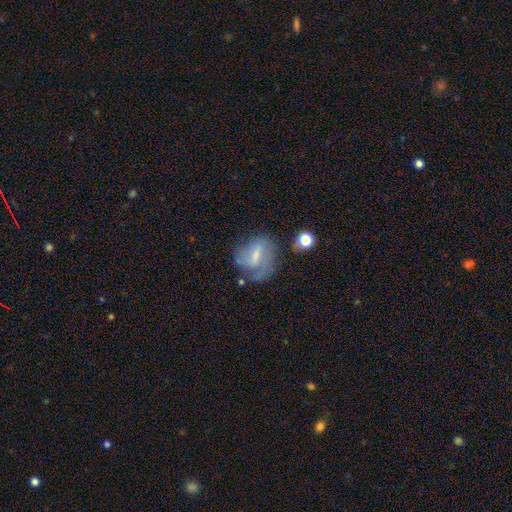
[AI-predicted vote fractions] Smooth or featured: featured or disk — 53% (smooth — 38%)
Edge-on disk: no — 96% (yes — 4%)
Bar: weak — 53% (no — 24%)
Spiral arms: yes — 69% (no — 31%)
Bulge size: small — 44% (moderate — 31%)
Merging: none — 44% (minor disturbance — 26%)